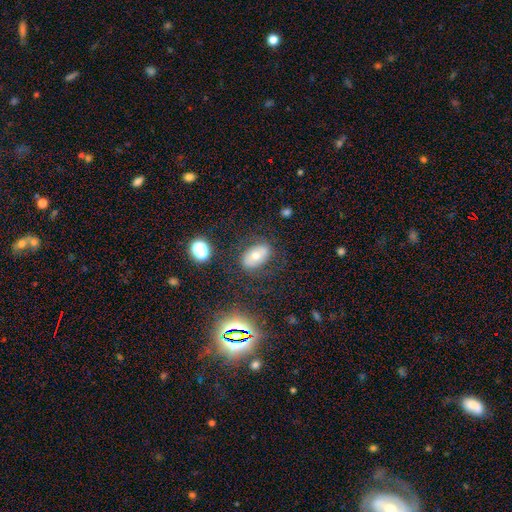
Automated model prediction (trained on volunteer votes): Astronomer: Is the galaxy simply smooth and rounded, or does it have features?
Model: smooth — 49% (runner-up: featured or disk, 31%).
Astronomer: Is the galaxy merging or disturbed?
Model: none — 78%.